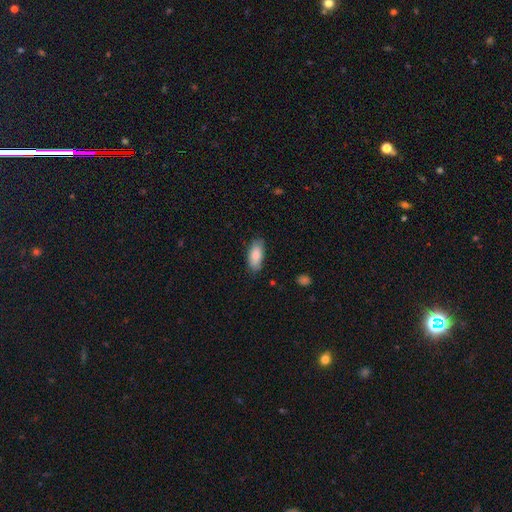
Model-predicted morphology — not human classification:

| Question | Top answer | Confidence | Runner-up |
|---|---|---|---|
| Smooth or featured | smooth | 84% | featured or disk (10%) |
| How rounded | in between | 88% | cigar-shaped (10%) |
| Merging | none | 80% | minor disturbance (15%) |